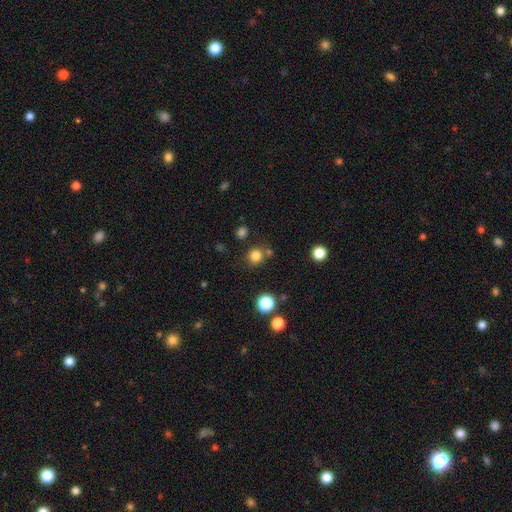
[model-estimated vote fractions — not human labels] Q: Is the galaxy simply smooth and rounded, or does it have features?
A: smooth — 80%.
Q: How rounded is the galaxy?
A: round — 89%.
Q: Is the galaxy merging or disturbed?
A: none — 77%.